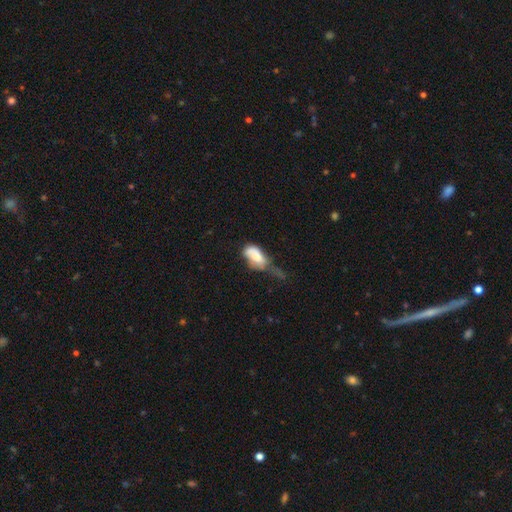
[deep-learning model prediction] A smooth galaxy with no disk features (60%) that is in between round and cigar-shaped (88%).

Vote fractions:
- Smooth or featured? smooth: 60% / featured or disk: 32% / star or artifact: 8%
- How rounded? in between: 88% / round: 8% / cigar-shaped: 4%
- Merging? major disturbance: 44% / minor disturbance: 25% / merger: 17% / none: 15%